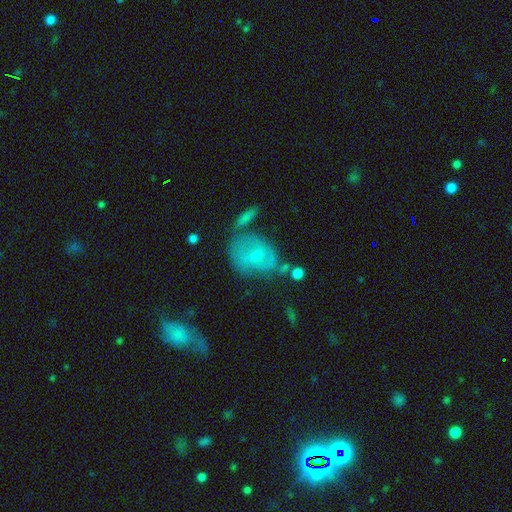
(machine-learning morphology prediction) smooth_or_featured: smooth (p=0.47) [alt: featured or disk p=0.44]
merging: none (p=0.43) [alt: minor disturbance p=0.26]